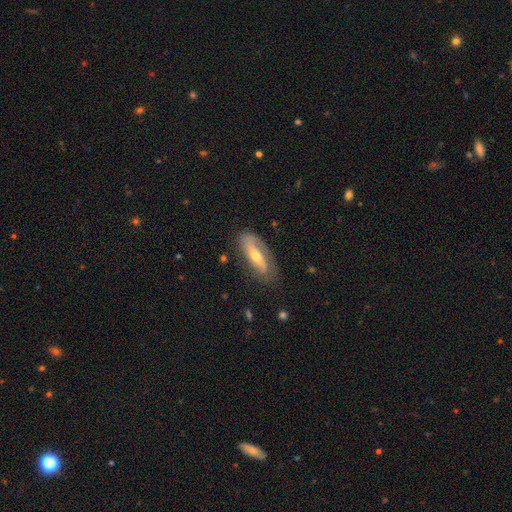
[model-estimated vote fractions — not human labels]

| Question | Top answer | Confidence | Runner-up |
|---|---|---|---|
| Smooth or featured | featured or disk | 65% | smooth (28%) |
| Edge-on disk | no | 79% | yes (21%) |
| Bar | no | 45% | strong (28%) |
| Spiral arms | yes | 74% | no (26%) |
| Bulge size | moderate | 56% | small (40%) |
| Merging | none | 70% | minor disturbance (20%) |